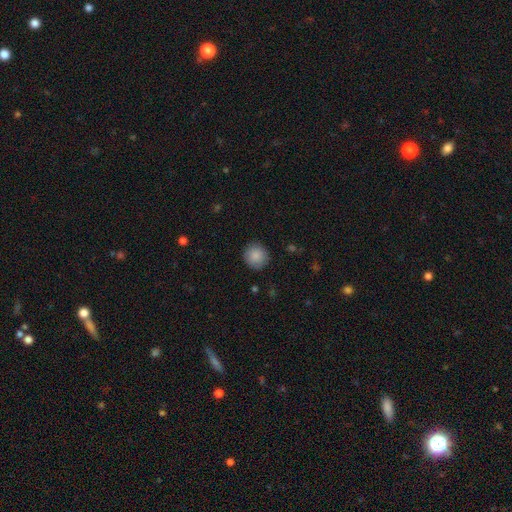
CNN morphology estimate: This appears to be a smooth galaxy with no disk features (88%) that is round (93%). Merging: none (89%).